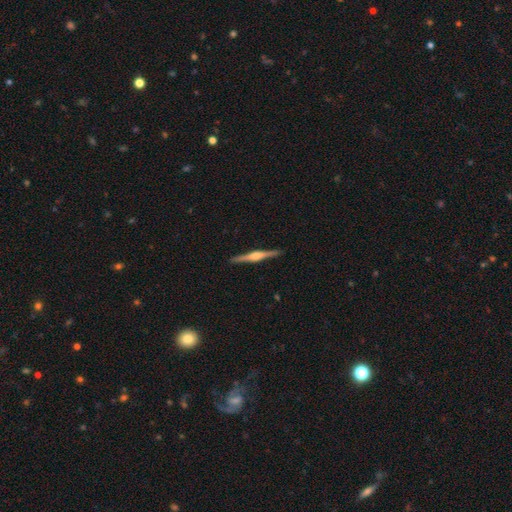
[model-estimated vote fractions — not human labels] smooth-or-featured: featured or disk: 80% | smooth: 15% | star or artifact: 5%
  disk-edge-on: yes: 98% | no: 2%
    edge-on-bulge: rounded: 79% | boxy: 15% | none: 6%
  merging: none: 92% | minor disturbance: 6% | major disturbance: 1% | merger: 1%